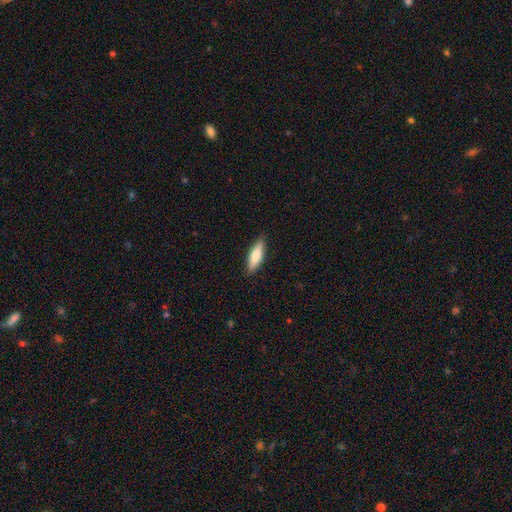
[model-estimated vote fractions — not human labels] Q: Smooth or featured?
A: smooth (77%); runner-up: featured or disk (18%)
Q: How rounded?
A: cigar-shaped (51%); runner-up: in between (47%)
Q: Merging?
A: none (88%); runner-up: minor disturbance (9%)